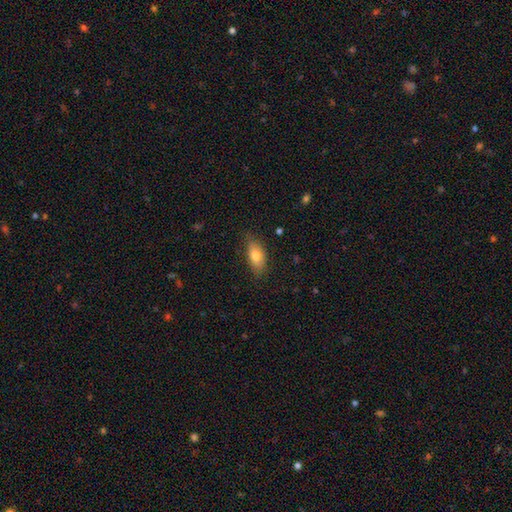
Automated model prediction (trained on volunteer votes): Morphology: type=smooth (76%); roundness=in between (84%); merging=none (78%).